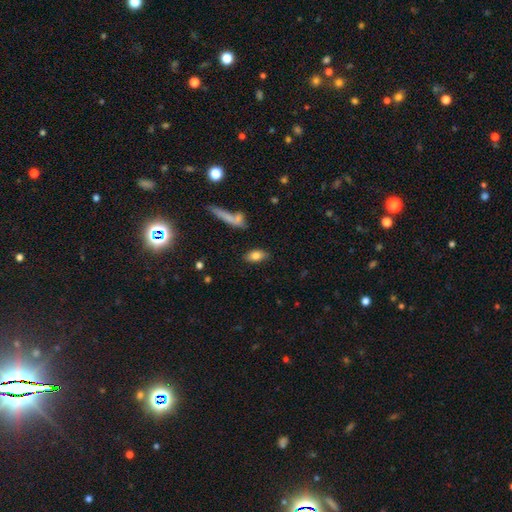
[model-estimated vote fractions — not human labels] smooth 79%, featured or disk 13%, star or artifact 7%. Down the decision tree: how rounded — in between (87%); merging — none (82%).